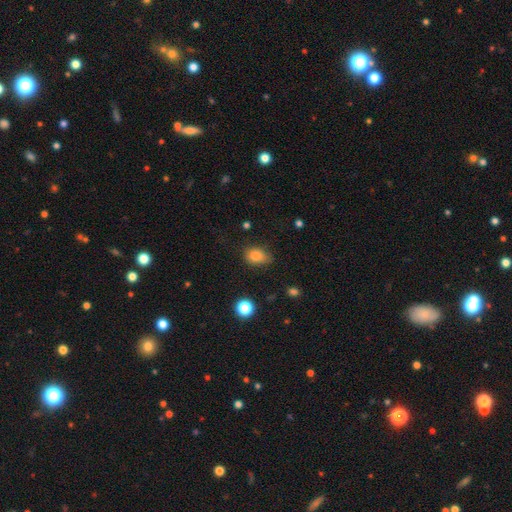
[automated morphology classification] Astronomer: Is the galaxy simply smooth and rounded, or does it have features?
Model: smooth — 82%.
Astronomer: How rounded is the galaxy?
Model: in between — 69%.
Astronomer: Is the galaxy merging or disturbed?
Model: none — 66%.